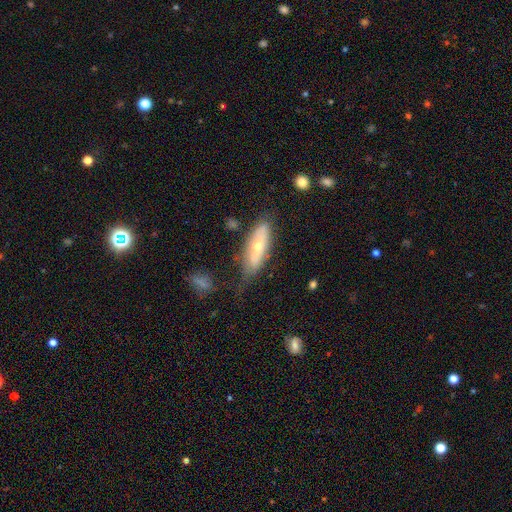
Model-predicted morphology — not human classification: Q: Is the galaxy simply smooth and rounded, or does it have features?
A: smooth — 51%.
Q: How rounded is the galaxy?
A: in between — 61%.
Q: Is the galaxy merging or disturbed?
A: none — 56%.